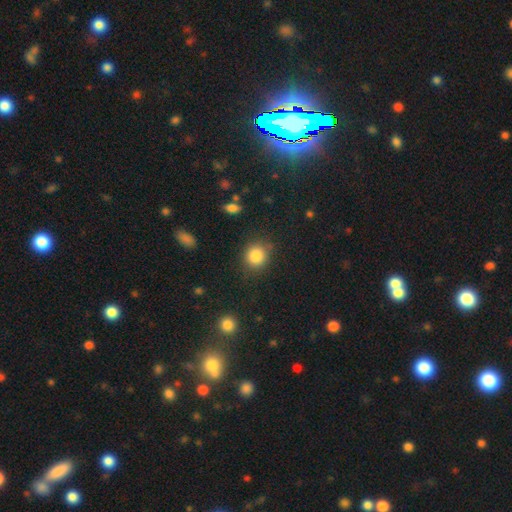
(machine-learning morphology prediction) The model was most divided on "how rounded": round: 83%, in between: 16%, cigar-shaped: 1%. More confident: smooth or featured — smooth (85%); merging — none (81%).